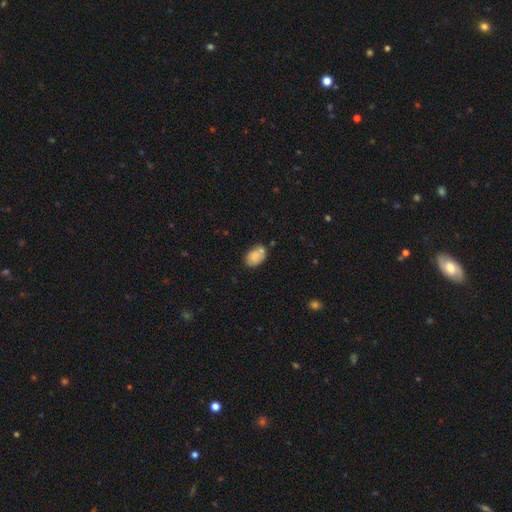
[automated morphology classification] Smooth or featured?
  - smooth: 81% *
  - featured or disk: 11%
  - star or artifact: 8%
How rounded?
  - in between: 81% *
  - round: 17%
  - cigar-shaped: 1%
Merging?
  - none: 58% *
  - minor disturbance: 23%
  - merger: 13%
  - major disturbance: 6%